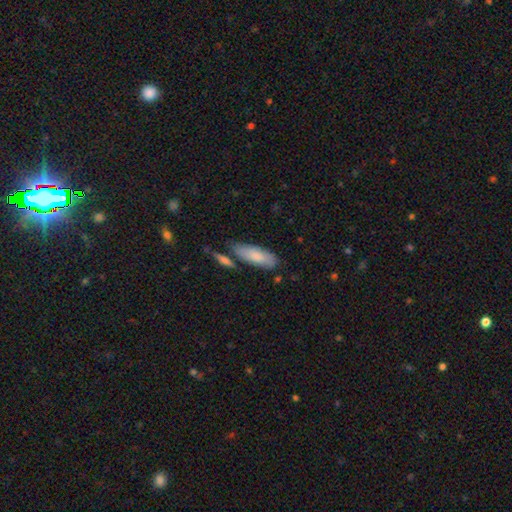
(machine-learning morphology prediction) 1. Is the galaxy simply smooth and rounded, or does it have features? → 78% smooth, 16% featured or disk, 6% star or artifact.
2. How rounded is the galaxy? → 65% in between, 33% cigar-shaped, 2% round.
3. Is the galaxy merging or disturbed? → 69% none, 17% minor disturbance, 10% merger, 4% major disturbance.